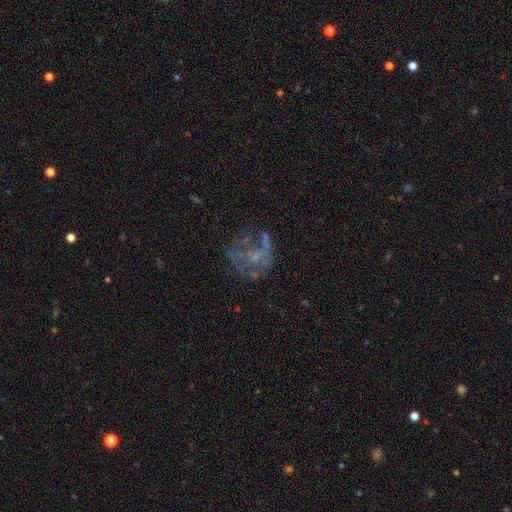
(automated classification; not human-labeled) This appears to be a featured or disk galaxy (57%) with no bar (86%), no spiral arms (81%) and no central bulge (57%). Merging: none (44%).